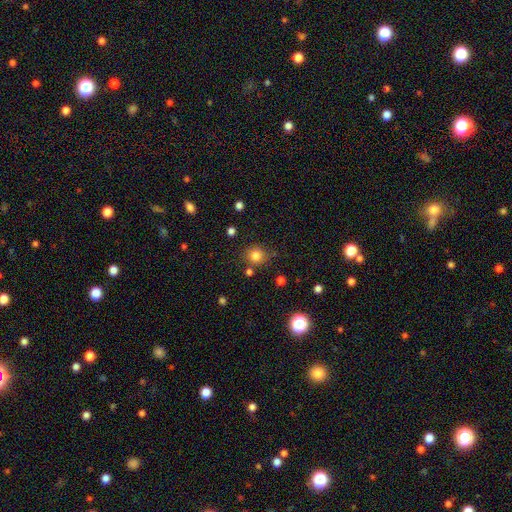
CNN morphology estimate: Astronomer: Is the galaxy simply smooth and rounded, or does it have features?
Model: smooth — 81%.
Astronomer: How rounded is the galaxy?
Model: round — 87%.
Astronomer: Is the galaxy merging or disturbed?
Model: none — 78%.